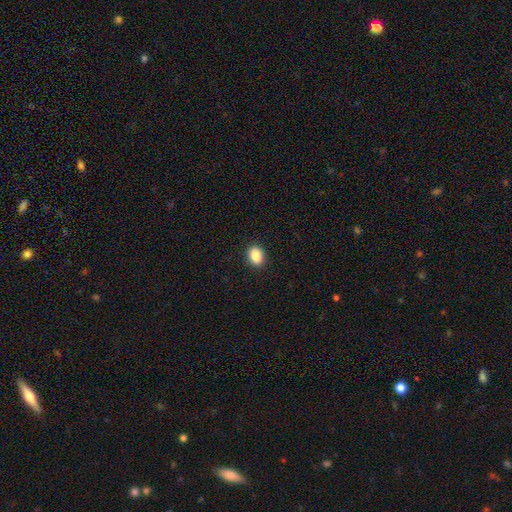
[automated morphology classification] A smooth galaxy with no disk features (88%) that is in between round and cigar-shaped (68%).

Vote fractions:
- Smooth or featured? smooth: 88% / star or artifact: 8% / featured or disk: 3%
- How rounded? in between: 68% / round: 30% / cigar-shaped: 1%
- Merging? none: 91% / minor disturbance: 6% / major disturbance: 2% / merger: 1%